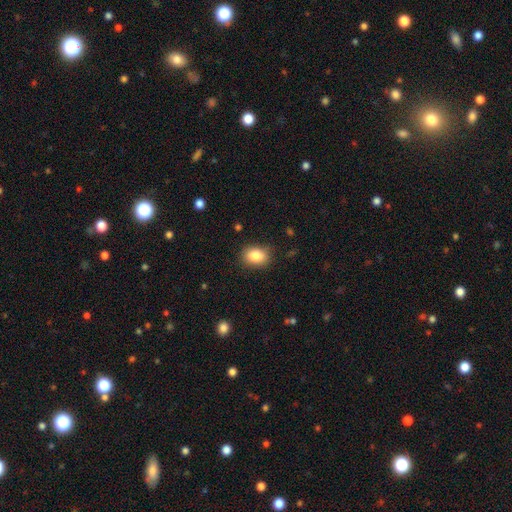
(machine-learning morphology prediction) A smooth galaxy with no disk features (86%) that is in between round and cigar-shaped (74%).

Vote fractions:
- Smooth or featured? smooth: 86% / star or artifact: 8% / featured or disk: 6%
- How rounded? in between: 74% / round: 25% / cigar-shaped: 1%
- Merging? none: 84% / minor disturbance: 12% / major disturbance: 3% / merger: 1%